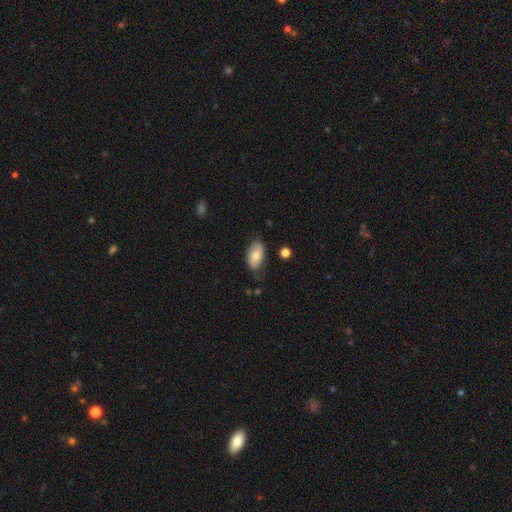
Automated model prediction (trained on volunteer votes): Q: Smooth or featured?
A: smooth (72%); runner-up: featured or disk (21%)
Q: How rounded?
A: in between (93%); runner-up: round (5%)
Q: Merging?
A: none (72%); runner-up: minor disturbance (22%)